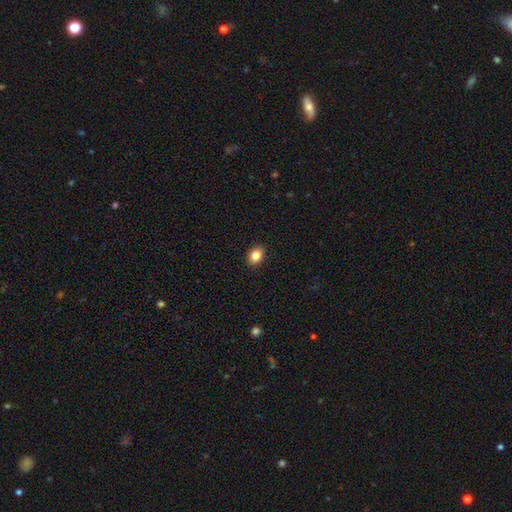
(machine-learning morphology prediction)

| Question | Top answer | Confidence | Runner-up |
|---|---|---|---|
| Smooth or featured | smooth | 85% | star or artifact (9%) |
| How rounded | in between | 70% | round (29%) |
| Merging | none | 90% | minor disturbance (7%) |